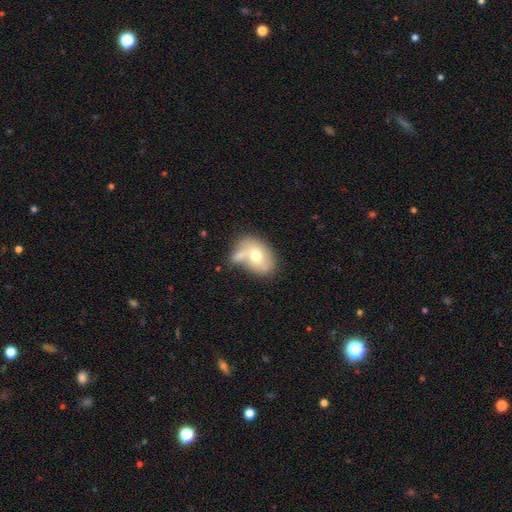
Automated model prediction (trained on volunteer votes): smooth_or_featured: smooth (p=0.63) [alt: featured or disk p=0.29]
how_rounded: in between (p=0.75) [alt: round p=0.23]
merging: merger (p=0.37) [alt: none p=0.33]